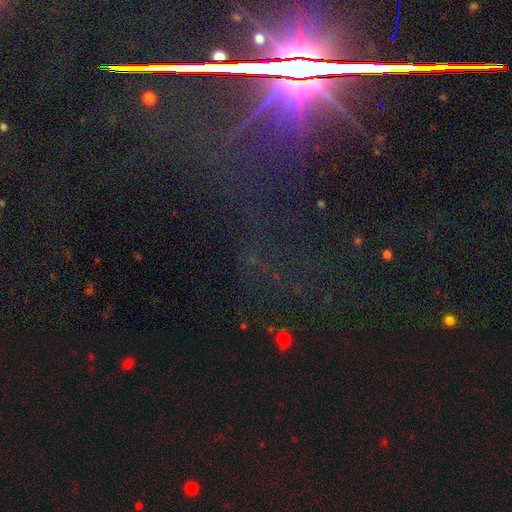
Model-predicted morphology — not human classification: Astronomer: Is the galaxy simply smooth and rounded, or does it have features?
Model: star or artifact — 81%.